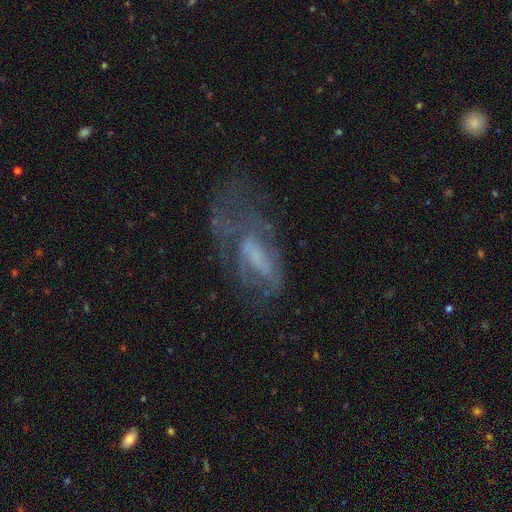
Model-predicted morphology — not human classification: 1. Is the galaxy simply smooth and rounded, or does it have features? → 59% featured or disk, 28% smooth, 12% star or artifact.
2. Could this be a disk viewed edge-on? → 90% no, 10% yes.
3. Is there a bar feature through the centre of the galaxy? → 52% no, 32% weak, 17% strong.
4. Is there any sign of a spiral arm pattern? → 53% no, 47% yes.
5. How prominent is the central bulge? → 47% none, 24% small, 20% moderate, 7% large, 2% dominant.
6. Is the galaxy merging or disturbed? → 45% major disturbance, 32% none, 20% minor disturbance, 4% merger.